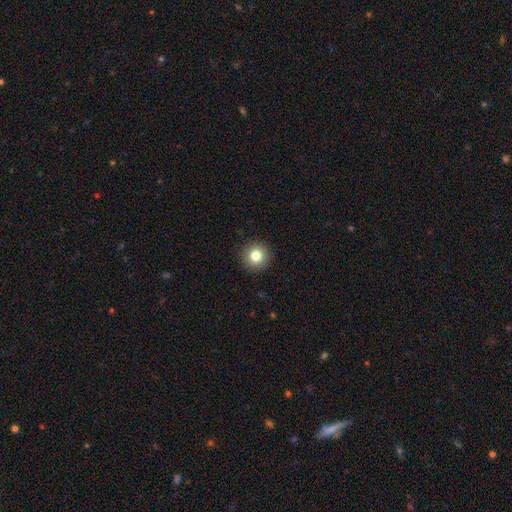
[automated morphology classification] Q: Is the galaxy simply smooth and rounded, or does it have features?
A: smooth — 81%.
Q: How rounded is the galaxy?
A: round — 94%.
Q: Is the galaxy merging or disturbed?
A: none — 92%.